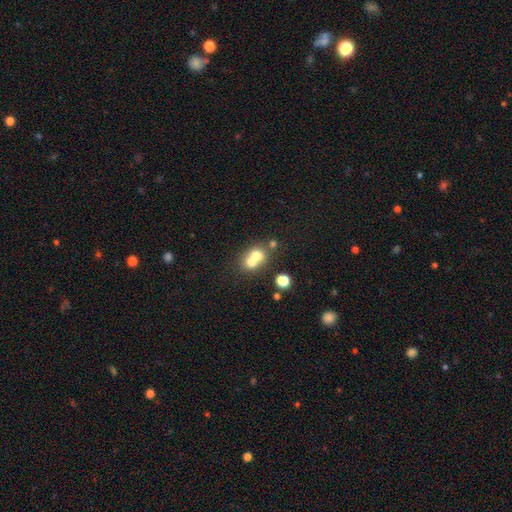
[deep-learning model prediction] A smooth galaxy with no disk features (66%) that is round (70%). Merging: merger (66%).